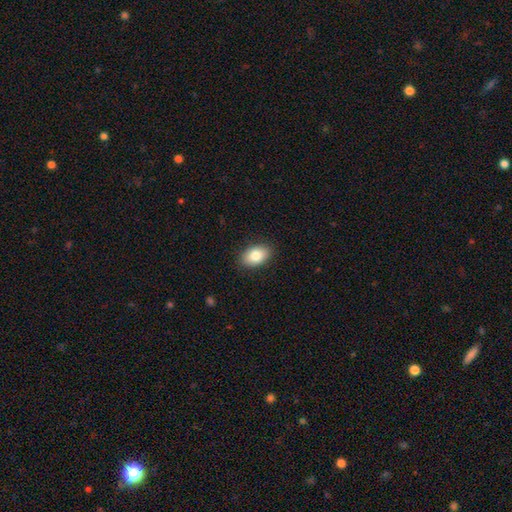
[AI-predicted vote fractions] This is clearly a smooth galaxy (83%). How rounded: clearly in between (89%). Merging: clearly none (88%).